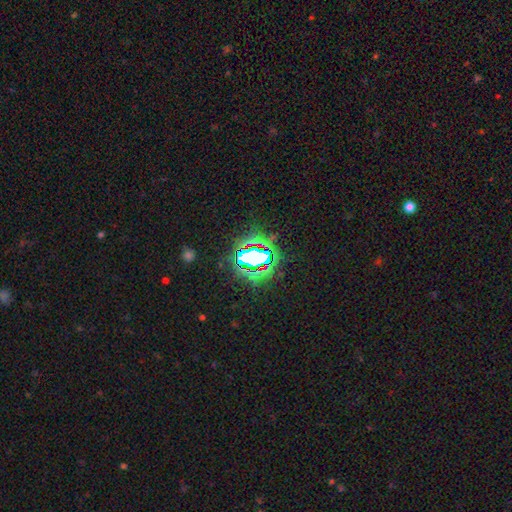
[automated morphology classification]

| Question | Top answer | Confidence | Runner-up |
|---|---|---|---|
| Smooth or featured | star or artifact | 67% | smooth (20%) |